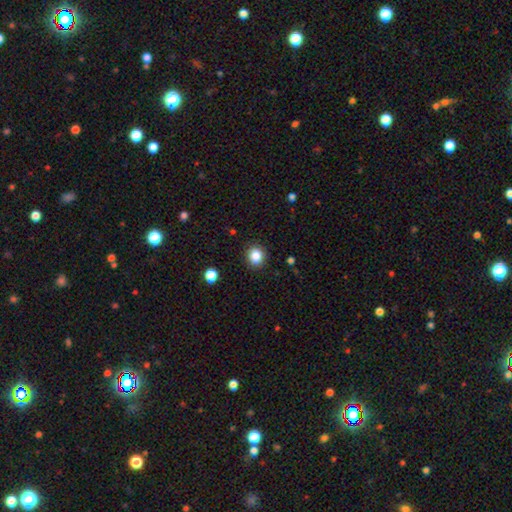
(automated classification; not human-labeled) Smooth or featured?
  - smooth: 85% *
  - star or artifact: 11%
  - featured or disk: 4%
How rounded?
  - round: 84% *
  - in between: 15%
  - cigar-shaped: 1%
Merging?
  - none: 90% *
  - minor disturbance: 7%
  - major disturbance: 2%
  - merger: 1%